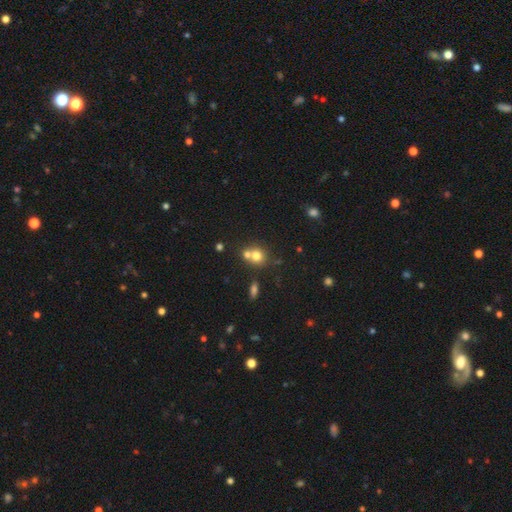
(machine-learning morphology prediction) A smooth galaxy with no disk features (73%) that is round (81%). Merging: merger (46%).